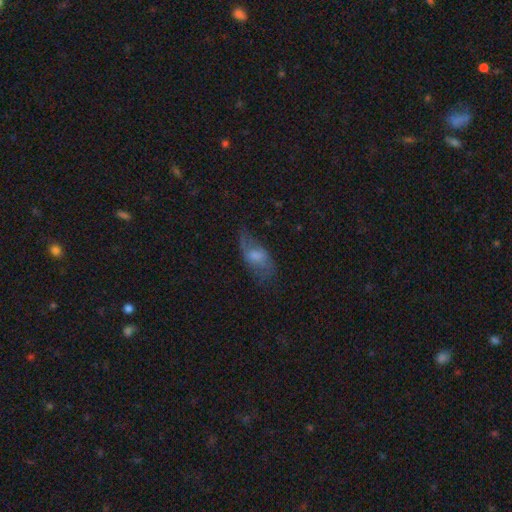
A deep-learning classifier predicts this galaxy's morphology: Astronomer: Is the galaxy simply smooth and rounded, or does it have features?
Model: smooth — 45% (runner-up: featured or disk, 44%).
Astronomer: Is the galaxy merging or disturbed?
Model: none — 55%.